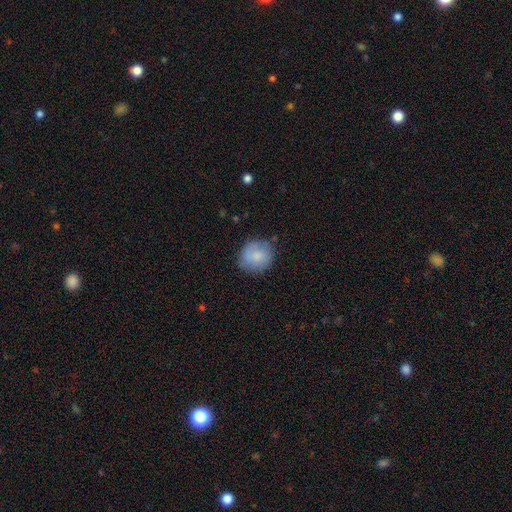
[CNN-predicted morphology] The model was most divided on "merging": none: 75%, minor disturbance: 18%, major disturbance: 5%, merger: 2%. More confident: how rounded — round (81%); smooth or featured — smooth (79%).